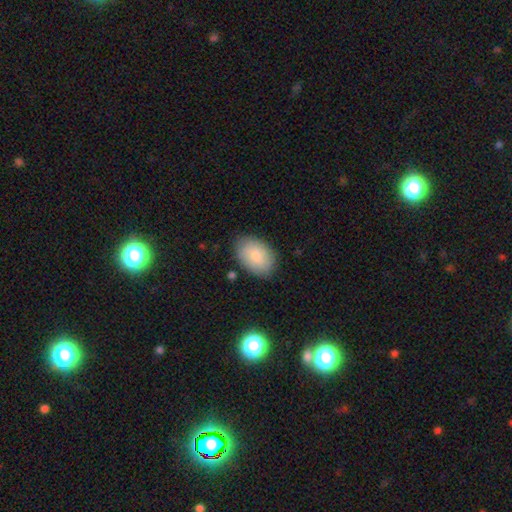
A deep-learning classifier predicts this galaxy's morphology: A smooth galaxy with no disk features (83%) that is in between round and cigar-shaped (88%).

Vote fractions:
- Smooth or featured? smooth: 83% / featured or disk: 11% / star or artifact: 6%
- How rounded? in between: 88% / round: 11% / cigar-shaped: 1%
- Merging? none: 82% / minor disturbance: 14% / major disturbance: 3% / merger: 2%